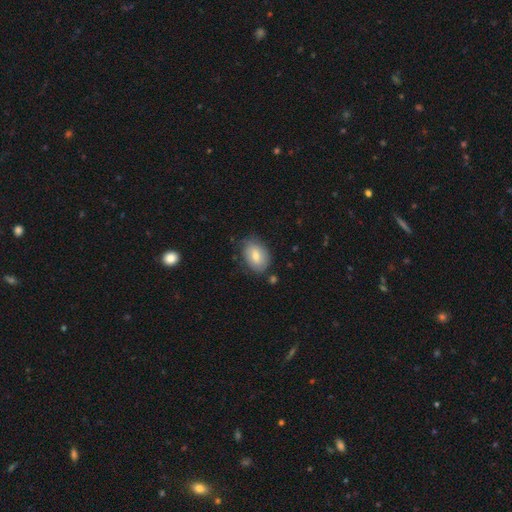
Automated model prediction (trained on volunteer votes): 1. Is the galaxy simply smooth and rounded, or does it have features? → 72% smooth, 21% featured or disk, 7% star or artifact.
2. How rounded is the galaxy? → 81% in between, 17% round, 1% cigar-shaped.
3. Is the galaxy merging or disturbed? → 74% none, 20% minor disturbance, 4% major disturbance, 2% merger.